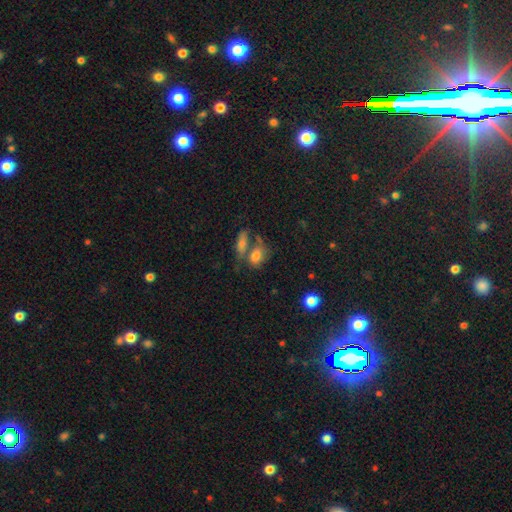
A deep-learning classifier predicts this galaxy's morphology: smooth_or_featured: smooth (p=0.72) [alt: featured or disk p=0.16]
how_rounded: in between (p=0.81) [alt: round p=0.15]
merging: merger (p=0.45) [alt: none p=0.33]